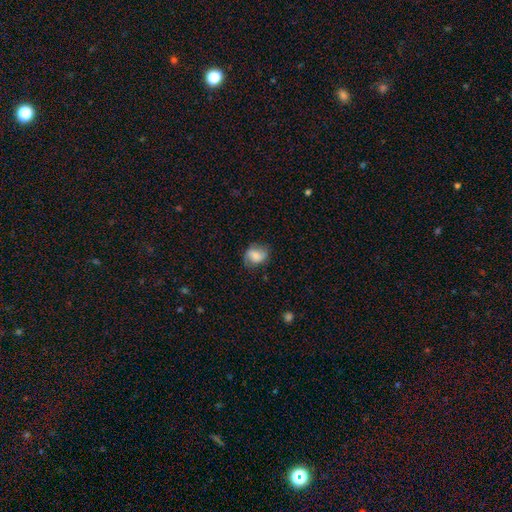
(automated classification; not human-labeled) Smooth or featured? Predicted: smooth (p=0.59). How rounded? Predicted: in between (p=0.51). Merging? Predicted: none (p=0.68).